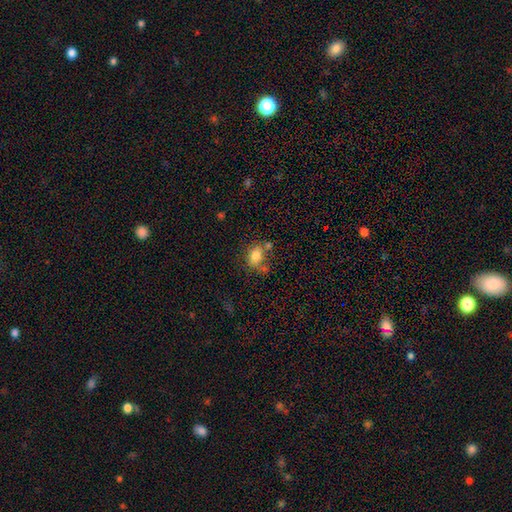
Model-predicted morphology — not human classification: A smooth galaxy with no disk features (78%) that is in between round and cigar-shaped (57%).

Vote fractions:
- Smooth or featured? smooth: 78% / featured or disk: 11% / star or artifact: 11%
- How rounded? in between: 57% / round: 42% / cigar-shaped: 1%
- Merging? none: 49% / merger: 21% / minor disturbance: 21% / major disturbance: 10%